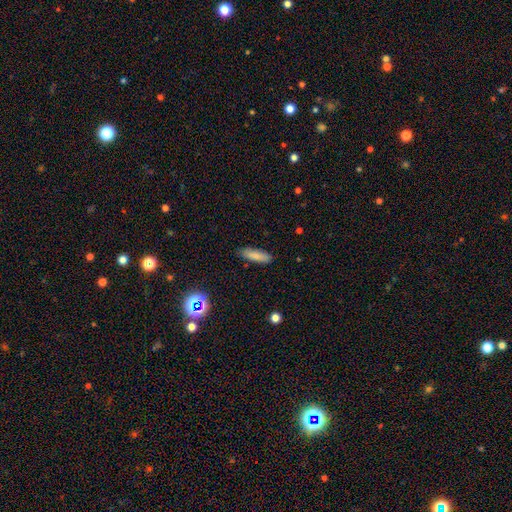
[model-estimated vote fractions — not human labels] A smooth galaxy with no disk features (83%) that is cigar-shaped (60%).

Vote fractions:
- Smooth or featured? smooth: 83% / featured or disk: 9% / star or artifact: 8%
- How rounded? cigar-shaped: 60% / in between: 38% / round: 2%
- Merging? none: 86% / minor disturbance: 10% / major disturbance: 2% / merger: 1%